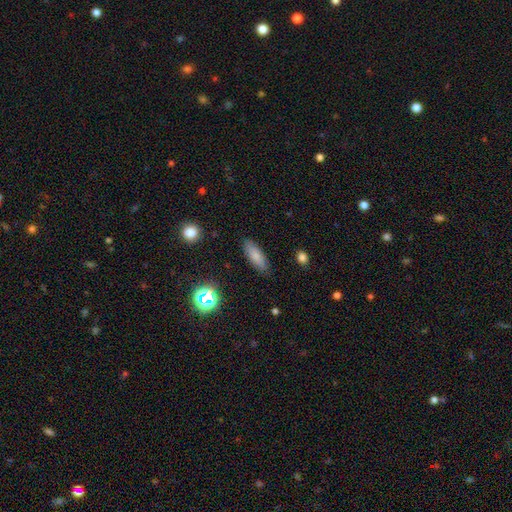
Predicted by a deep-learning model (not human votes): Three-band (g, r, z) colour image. It shows a smooth galaxy with no disk features (78%) that is in between round and cigar-shaped (62%). Merging: none (87%).